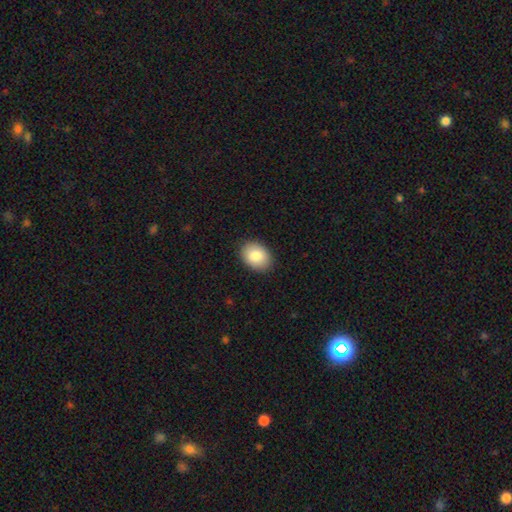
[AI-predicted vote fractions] This appears to be a smooth galaxy with no disk features (87%) that is in between round and cigar-shaped (71%). Merging: none (89%).